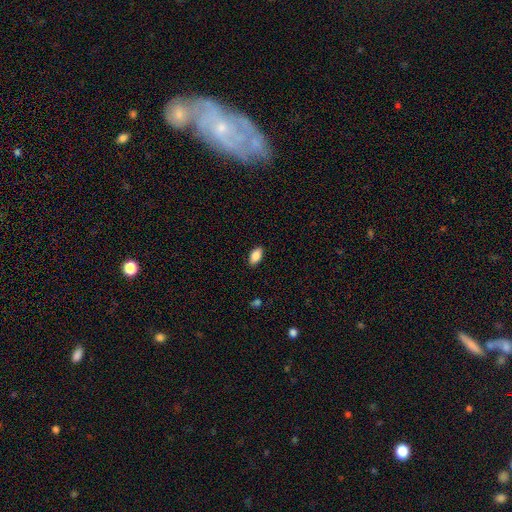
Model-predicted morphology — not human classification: smooth 87%, star or artifact 7%, featured or disk 6%. Down the decision tree: how rounded — in between (92%); merging — none (88%).